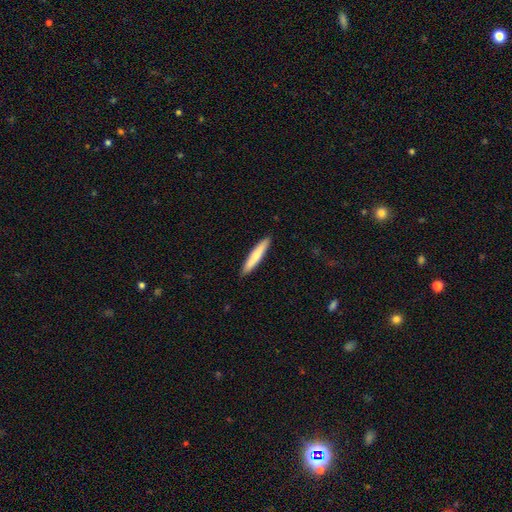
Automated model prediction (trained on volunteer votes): Smooth or featured? smooth (72%)
How rounded? cigar-shaped (92%)
Merging? none (91%)